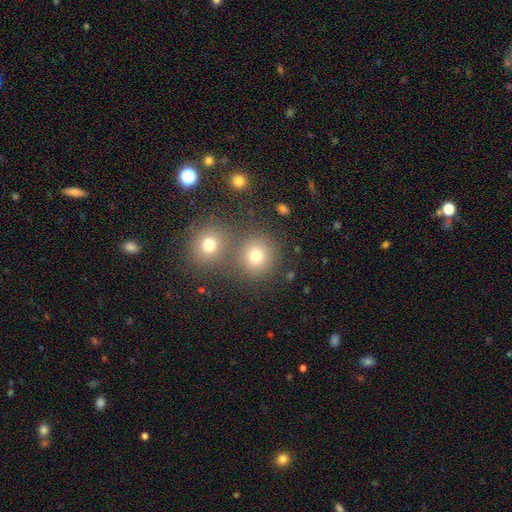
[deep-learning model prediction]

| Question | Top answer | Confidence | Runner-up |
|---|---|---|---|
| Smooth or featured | smooth | 76% | star or artifact (15%) |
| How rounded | round | 89% | in between (10%) |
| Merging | none | 64% | merger (26%) |